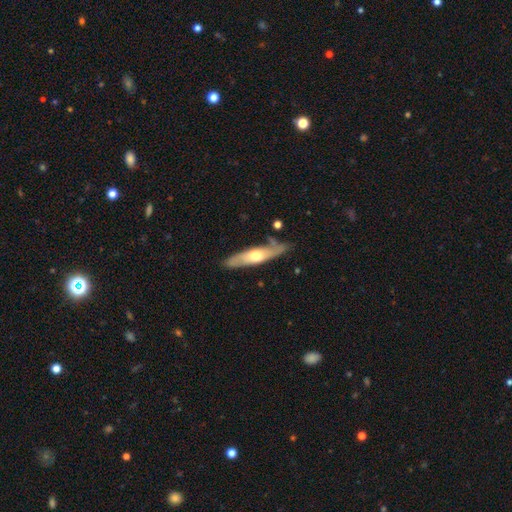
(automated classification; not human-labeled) A featured or disk galaxy (52%) viewed edge-on (65%). Merging: none (69%).